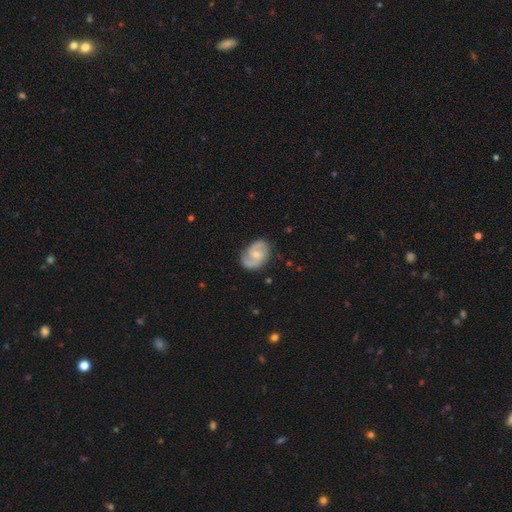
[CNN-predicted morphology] This is likely a featured or disk galaxy (73%). It is clearly not viewed edge-on (97%). Bar: possibly no (50%). Spiral arm pattern: clearly yes (91%). Spiral arm count: clearly 2 (82%). Spiral winding: possibly medium (48%). Central bulge: possibly moderate (48%). Merging: likely none (75%).